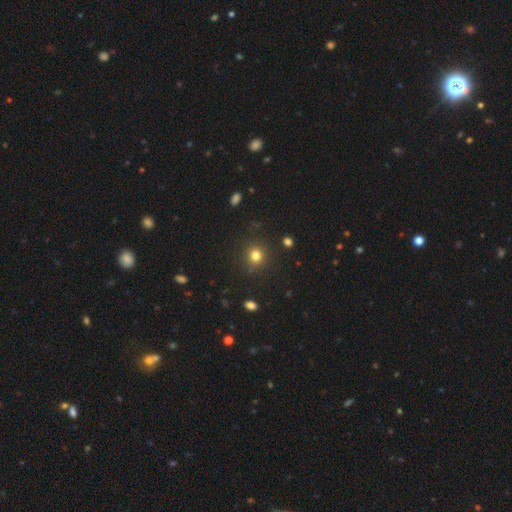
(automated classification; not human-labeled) This is likely a smooth galaxy (79%). How rounded: clearly round (87%). Merging: clearly none (87%).